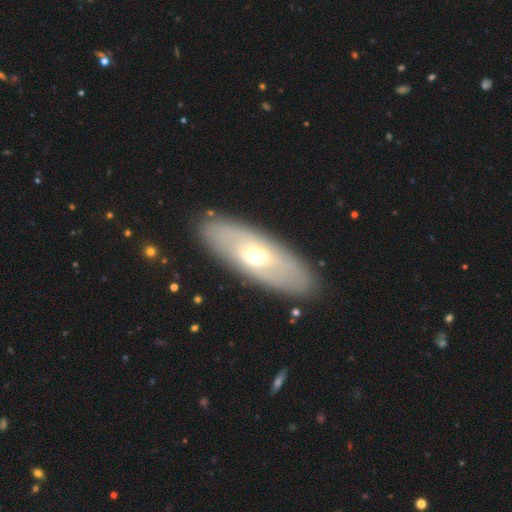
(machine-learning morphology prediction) smooth-or-featured: featured or disk: 51% | smooth: 42% | star or artifact: 6%
  disk-edge-on: no: 75% | yes: 25%
  merging: none: 87% | minor disturbance: 8% | major disturbance: 3% | merger: 1%